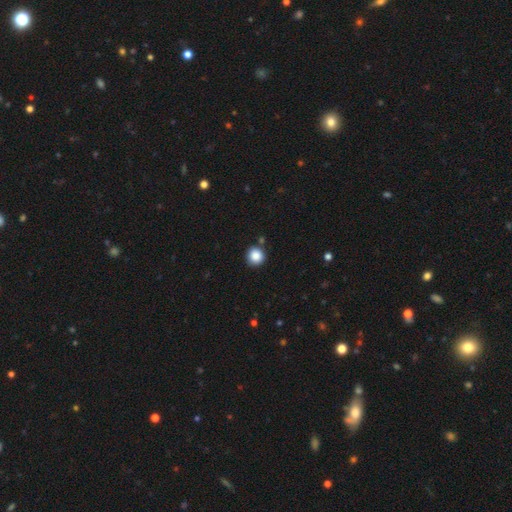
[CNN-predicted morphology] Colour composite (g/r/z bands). It shows a smooth galaxy with no disk features (86%) that is round (93%). Merging: none (86%).